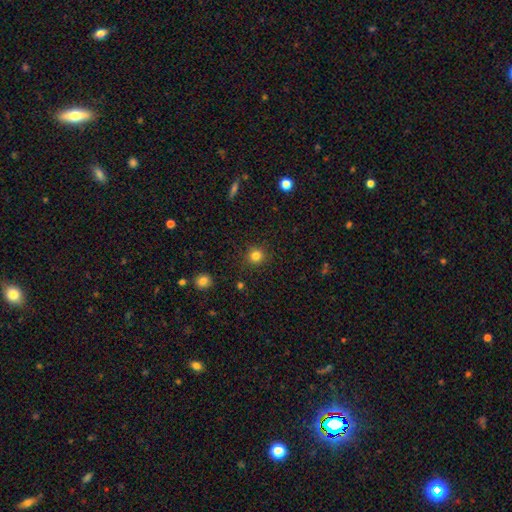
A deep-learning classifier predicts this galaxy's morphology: This is clearly a smooth galaxy (82%). How rounded: clearly round (93%). Merging: clearly none (90%).